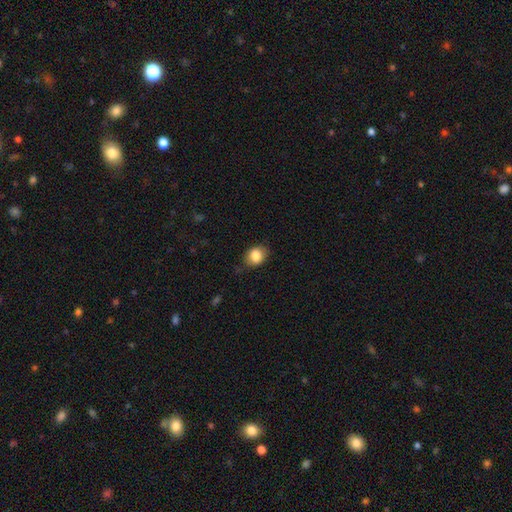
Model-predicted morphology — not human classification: Smooth or featured? smooth (83%)
How rounded? in between (54%)
Merging? none (77%)